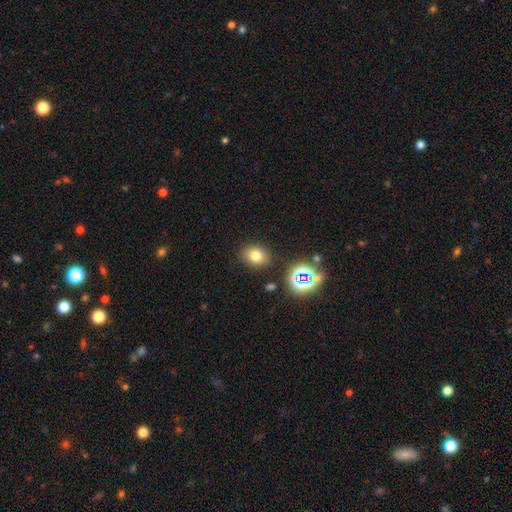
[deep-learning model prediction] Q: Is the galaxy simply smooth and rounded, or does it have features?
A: smooth — 71%.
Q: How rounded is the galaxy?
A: round — 52%.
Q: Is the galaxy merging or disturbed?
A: none — 84%.